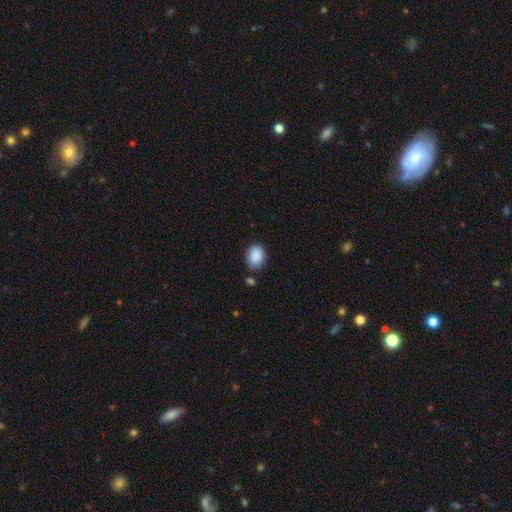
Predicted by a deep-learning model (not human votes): Smooth or featured?
  - smooth: 90% *
  - star or artifact: 7%
  - featured or disk: 3%
How rounded?
  - in between: 65% *
  - round: 34%
  - cigar-shaped: 1%
Merging?
  - none: 80% *
  - minor disturbance: 13%
  - merger: 4%
  - major disturbance: 3%